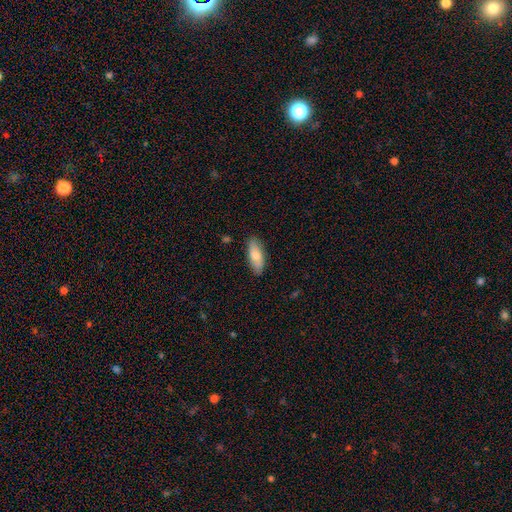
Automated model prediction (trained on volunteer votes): The model was most divided on "how rounded": in between: 77%, cigar-shaped: 21%, round: 2%. More confident: merging — none (85%); smooth or featured — smooth (76%).